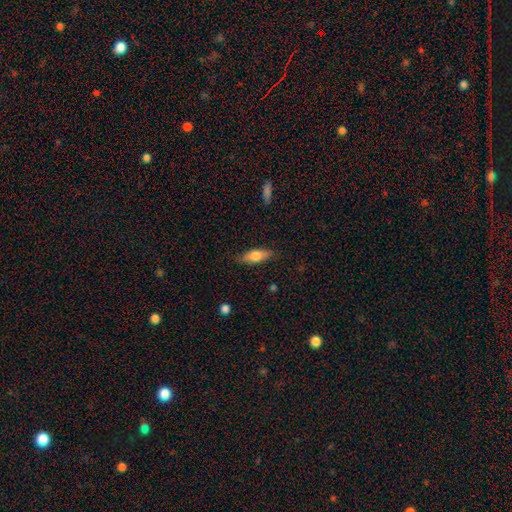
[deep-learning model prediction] This appears to be a smooth galaxy with no disk features (66%) that is in between round and cigar-shaped (62%). Merging: none (84%).